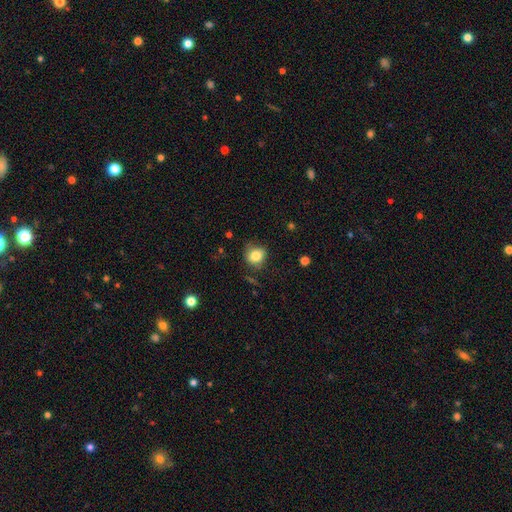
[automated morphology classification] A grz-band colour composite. It shows a smooth galaxy with no disk features (81%) that is round (78%). Merging: none (72%).